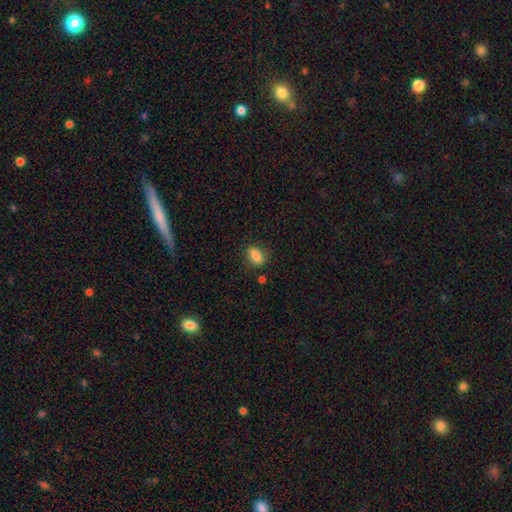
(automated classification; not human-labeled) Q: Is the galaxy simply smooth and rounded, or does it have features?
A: smooth — 82%.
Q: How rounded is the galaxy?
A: in between — 82%.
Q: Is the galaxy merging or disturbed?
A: none — 81%.